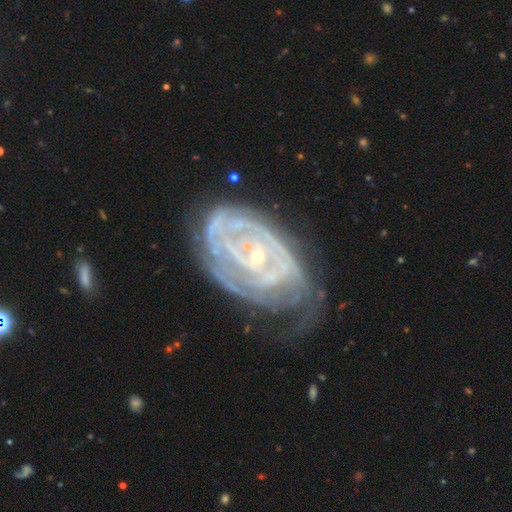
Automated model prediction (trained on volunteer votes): smooth-or-featured: featured or disk: 86% | smooth: 8% | star or artifact: 6%
  disk-edge-on: no: 96% | yes: 4%
    bar: no: 57% | weak: 30% | strong: 13%
    has-spiral-arms: yes: 89% | no: 11%
      spiral-winding: tight: 75% | medium: 19% | loose: 6%
      spiral-arm-count: can't tell: 44% | 2: 23% | 3: 13% | 4: 8% | 1: 6% | more than 4: 6%
    bulge-size: small: 78% | moderate: 18% | none: 2% | large: 1% | dominant: 1%
  merging: none: 43% | minor disturbance: 31% | major disturbance: 23% | merger: 3%